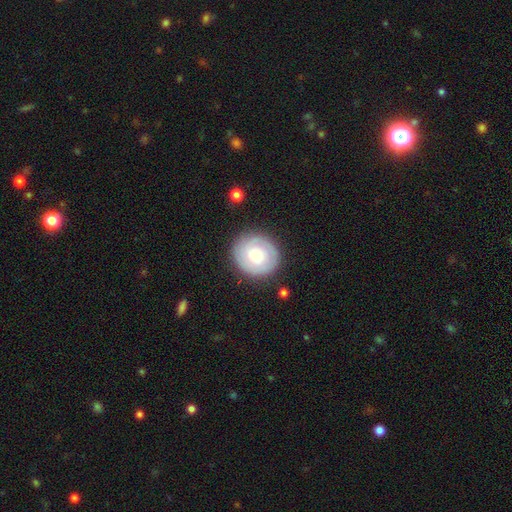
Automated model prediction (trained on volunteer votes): smooth-or-featured: smooth: 54% | featured or disk: 40% | star or artifact: 6%
  how-rounded: round: 84% | in between: 15% | cigar-shaped: 1%
  merging: none: 83% | minor disturbance: 12% | major disturbance: 4% | merger: 2%